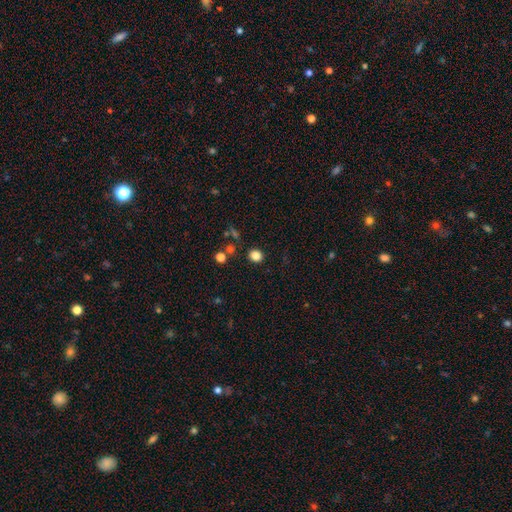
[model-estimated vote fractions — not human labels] smooth_or_featured: smooth (p=0.83) [alt: star or artifact p=0.12]
how_rounded: round (p=0.79) [alt: in between p=0.20]
merging: none (p=0.88) [alt: minor disturbance p=0.07]